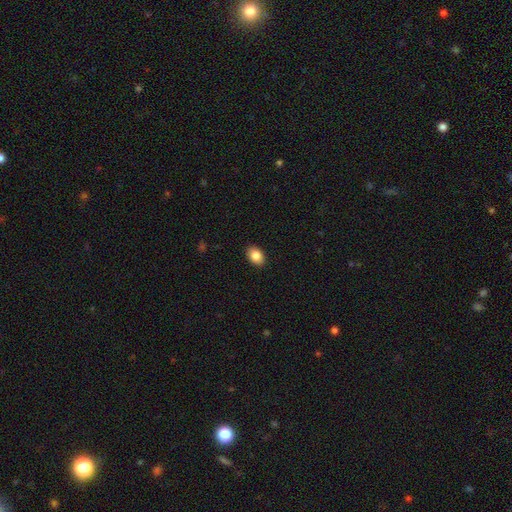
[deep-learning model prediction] Q: Smooth or featured?
A: smooth (87%); runner-up: star or artifact (8%)
Q: How rounded?
A: in between (81%); runner-up: round (18%)
Q: Merging?
A: none (89%); runner-up: minor disturbance (8%)